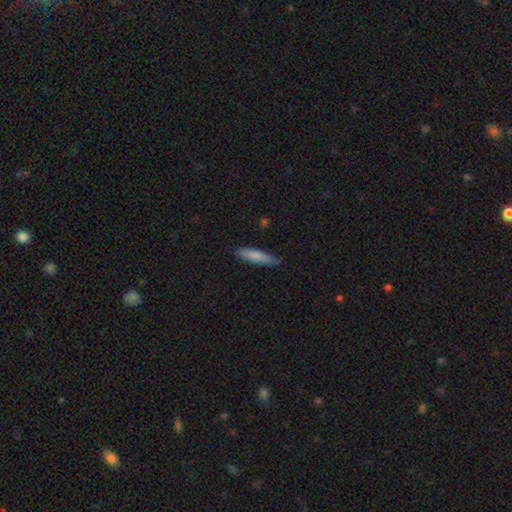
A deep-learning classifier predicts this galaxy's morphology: type=smooth (81%); roundness=cigar-shaped (81%); merging=none (81%).